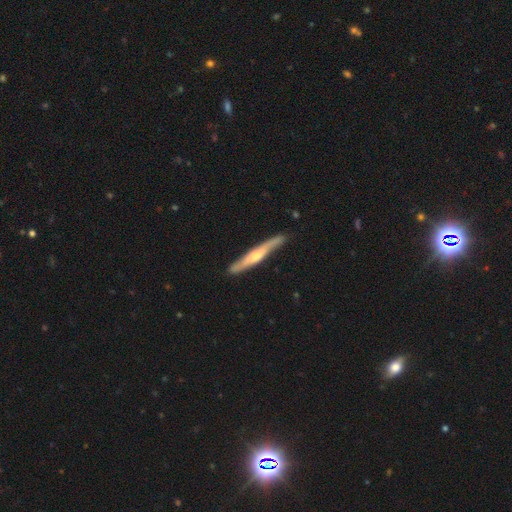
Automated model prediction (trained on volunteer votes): Smooth or featured? Predicted: featured or disk (p=0.67). Edge-on disk? Predicted: yes (p=0.92). Edge-on bulge? Predicted: rounded (p=0.75). Merging? Predicted: none (p=0.83).